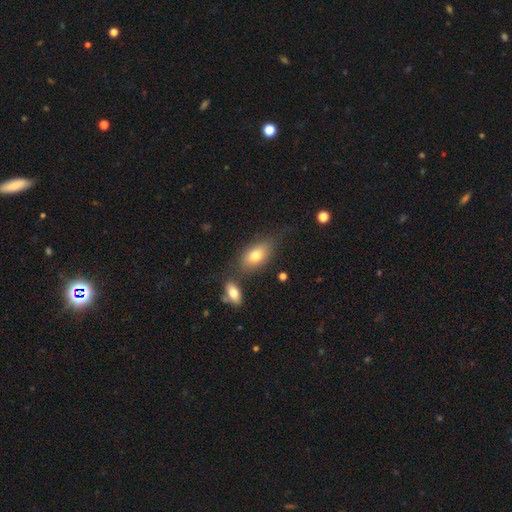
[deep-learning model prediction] Smooth or featured: smooth — 74% (featured or disk — 17%)
How rounded: in between — 87% (round — 9%)
Merging: none — 62% (minor disturbance — 18%)